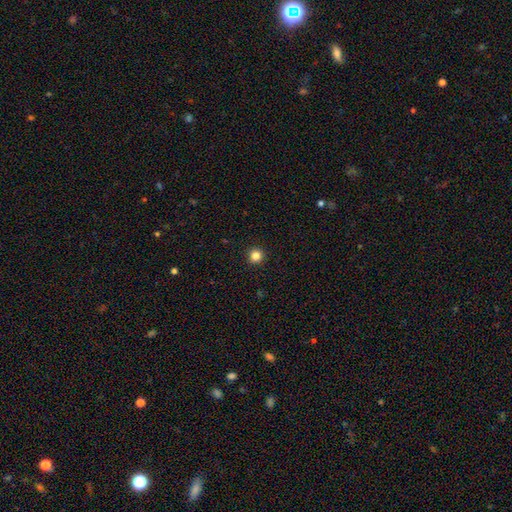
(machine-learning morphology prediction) smooth_or_featured: smooth (p=0.84) [alt: star or artifact p=0.12]
how_rounded: round (p=0.96) [alt: in between p=0.04]
merging: none (p=0.94) [alt: minor disturbance p=0.04]